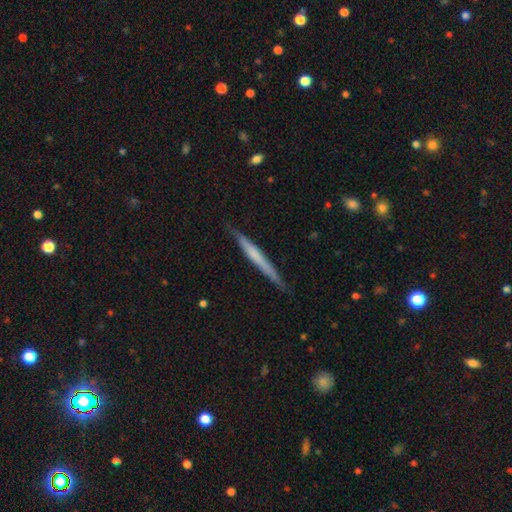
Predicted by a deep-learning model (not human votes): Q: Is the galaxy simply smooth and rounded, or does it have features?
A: featured or disk — 50%.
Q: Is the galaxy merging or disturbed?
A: none — 85%.